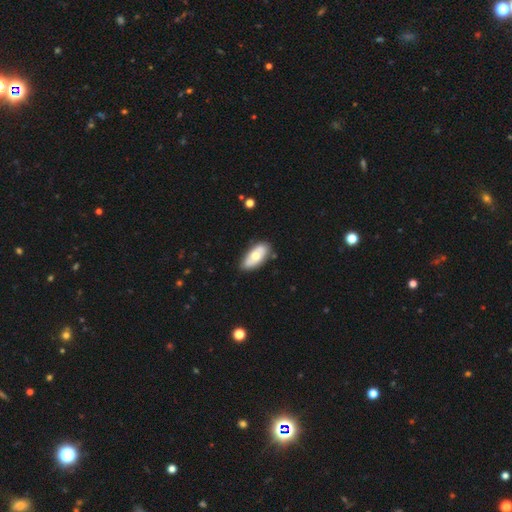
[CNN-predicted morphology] A smooth galaxy with no disk features (56%) that is in between round and cigar-shaped (91%).

Vote fractions:
- Smooth or featured? smooth: 56% / featured or disk: 38% / star or artifact: 6%
- How rounded? in between: 91% / cigar-shaped: 6% / round: 3%
- Merging? none: 80% / minor disturbance: 15% / major disturbance: 3% / merger: 2%